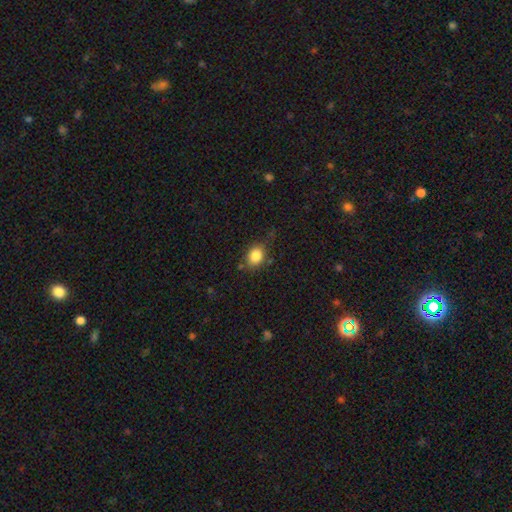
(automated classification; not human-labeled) This appears to be a smooth galaxy with no disk features (84%) that is in between round and cigar-shaped (53%). Merging: none (71%).